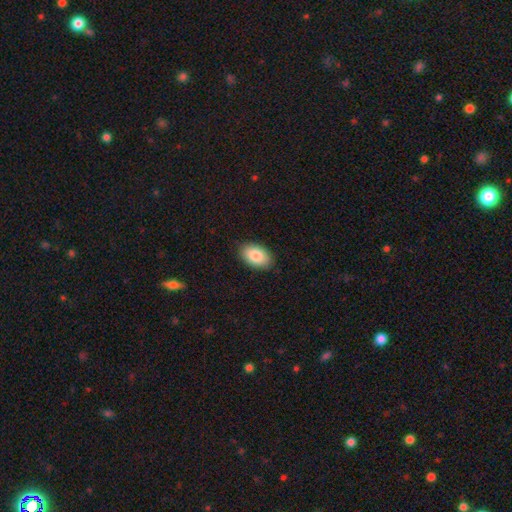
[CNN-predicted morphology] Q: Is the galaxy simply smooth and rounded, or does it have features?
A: smooth — 86%.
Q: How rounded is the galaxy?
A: in between — 92%.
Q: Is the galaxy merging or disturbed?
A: none — 88%.